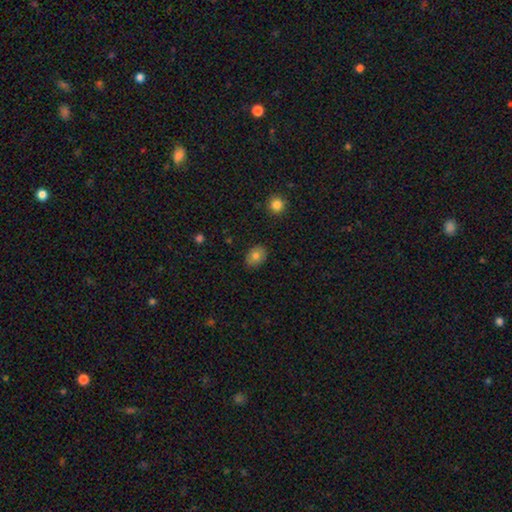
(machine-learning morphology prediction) A smooth galaxy with no disk features (81%) that is in between round and cigar-shaped (69%). Merging: none (86%).